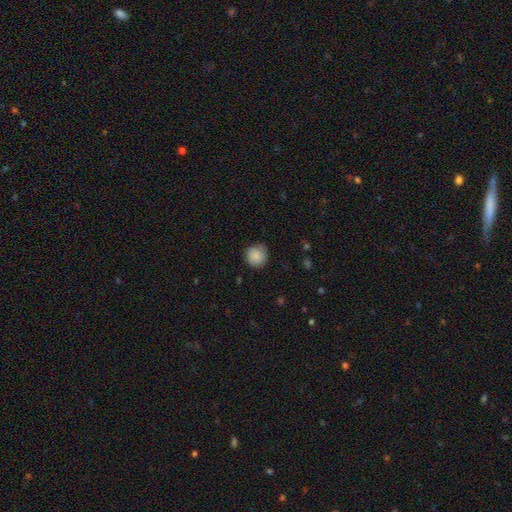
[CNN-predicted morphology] Smooth or featured: smooth — 86% (star or artifact — 8%)
How rounded: round — 90% (in between — 9%)
Merging: none — 75% (minor disturbance — 20%)